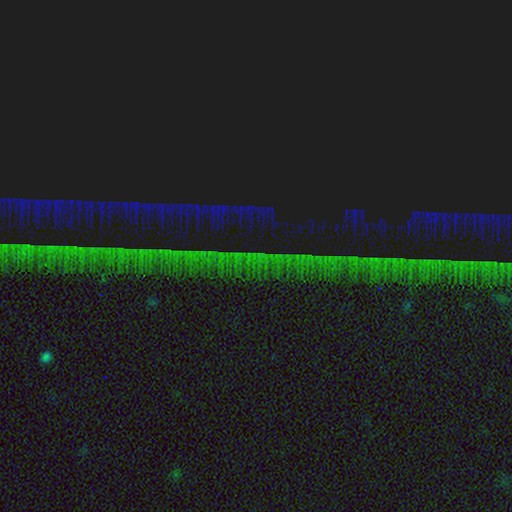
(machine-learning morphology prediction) Smooth or featured: star or artifact — 81% (featured or disk — 10%)